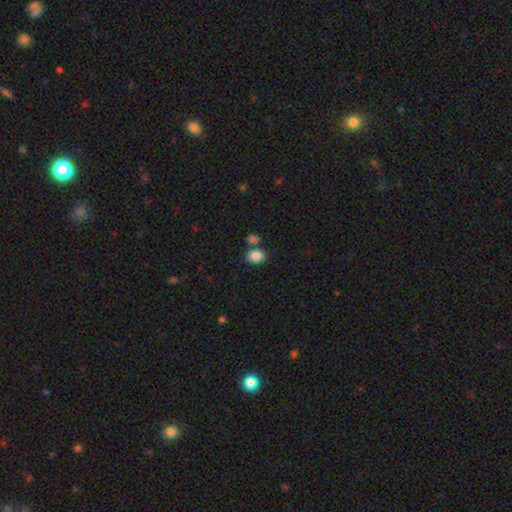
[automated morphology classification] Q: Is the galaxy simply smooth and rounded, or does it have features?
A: smooth — 86%.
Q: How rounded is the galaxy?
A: in between — 66%.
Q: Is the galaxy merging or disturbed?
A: none — 68%.